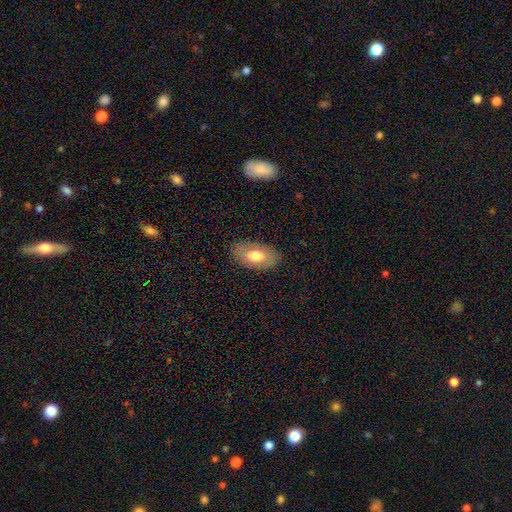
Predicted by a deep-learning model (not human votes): A smooth galaxy with no disk features (67%) that is in between round and cigar-shaped (93%).

Vote fractions:
- Smooth or featured? smooth: 67% / featured or disk: 26% / star or artifact: 7%
- How rounded? in between: 93% / round: 5% / cigar-shaped: 2%
- Merging? none: 85% / minor disturbance: 11% / major disturbance: 3% / merger: 1%